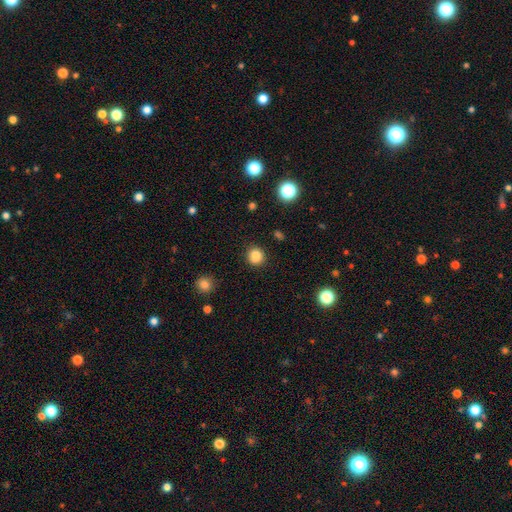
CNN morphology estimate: smooth-or-featured: smooth: 84% | star or artifact: 11% | featured or disk: 4%
  how-rounded: round: 86% | in between: 13% | cigar-shaped: 1%
  merging: none: 89% | minor disturbance: 7% | major disturbance: 2% | merger: 1%